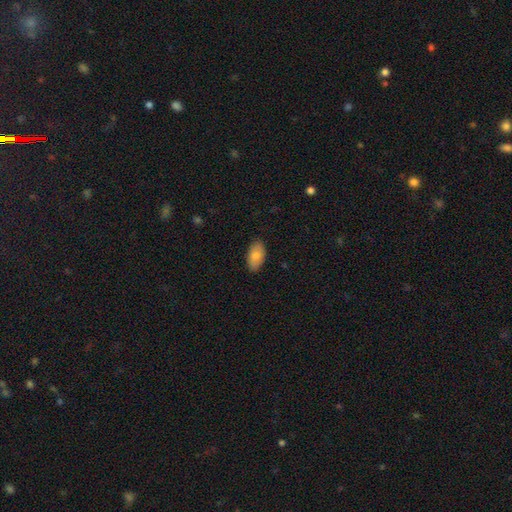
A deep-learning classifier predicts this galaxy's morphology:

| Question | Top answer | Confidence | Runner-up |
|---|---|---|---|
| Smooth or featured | smooth | 84% | featured or disk (10%) |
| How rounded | in between | 94% | cigar-shaped (3%) |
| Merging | none | 87% | minor disturbance (10%) |